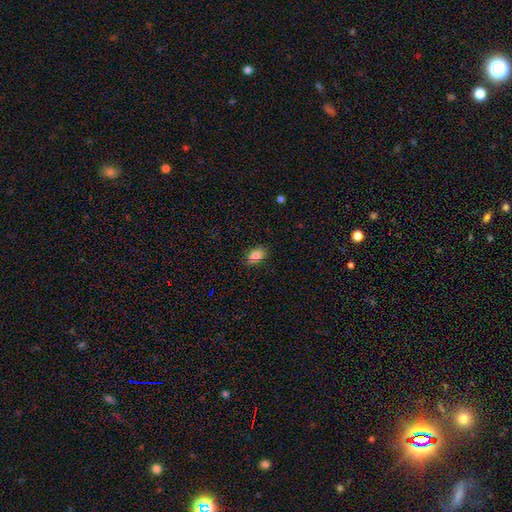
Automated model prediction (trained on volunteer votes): Q: Smooth or featured?
A: smooth (82%); runner-up: star or artifact (10%)
Q: How rounded?
A: in between (83%); runner-up: round (15%)
Q: Merging?
A: none (82%); runner-up: minor disturbance (14%)